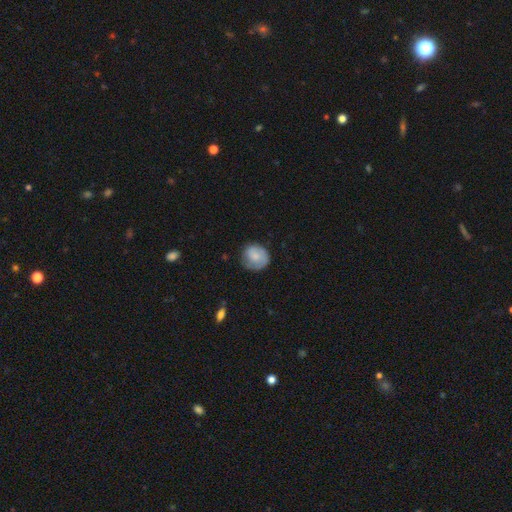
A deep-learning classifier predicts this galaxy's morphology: A smooth galaxy with no disk features (70%) that is round (75%). Merging: none (65%).